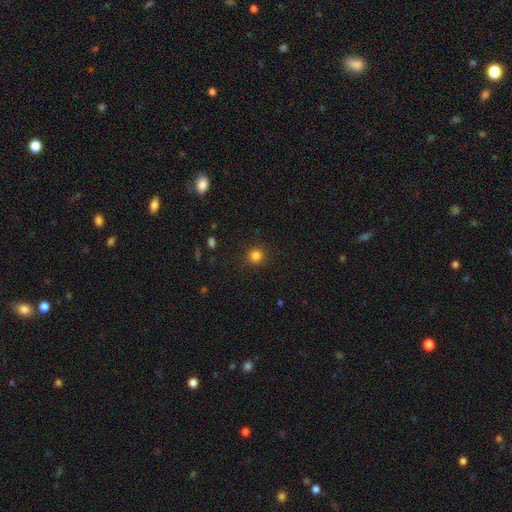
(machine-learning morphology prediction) A smooth galaxy with no disk features (83%) that is round (94%).

Vote fractions:
- Smooth or featured? smooth: 83% / star or artifact: 13% / featured or disk: 4%
- How rounded? round: 94% / in between: 5% / cigar-shaped: 1%
- Merging? none: 90% / minor disturbance: 7% / major disturbance: 2% / merger: 1%